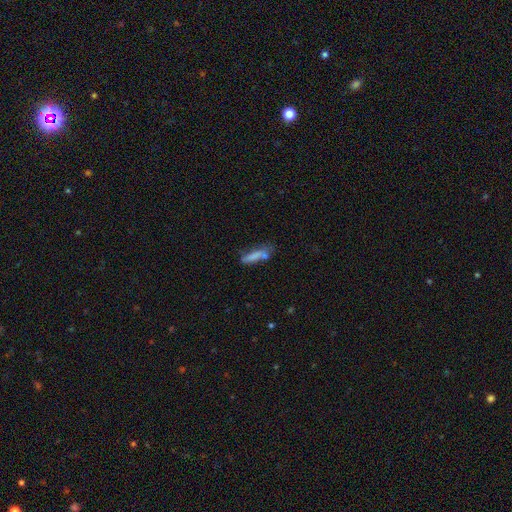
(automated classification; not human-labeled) Smooth or featured? smooth (72%)
How rounded? cigar-shaped (72%)
Merging? none (45%)